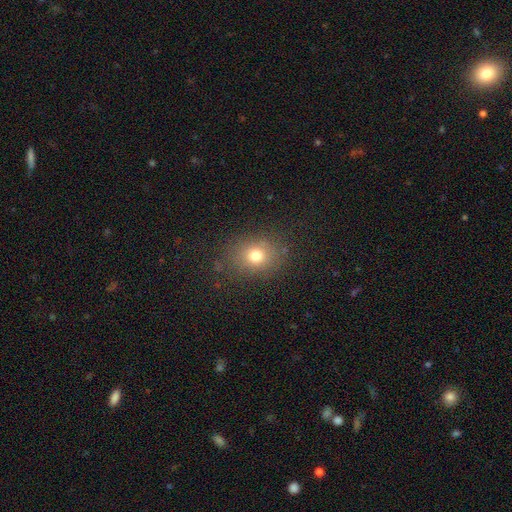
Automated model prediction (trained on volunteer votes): smooth-or-featured: smooth: 75% | star or artifact: 15% | featured or disk: 10%
  how-rounded: round: 60% | in between: 39% | cigar-shaped: 1%
  merging: none: 82% | minor disturbance: 12% | major disturbance: 5% | merger: 2%